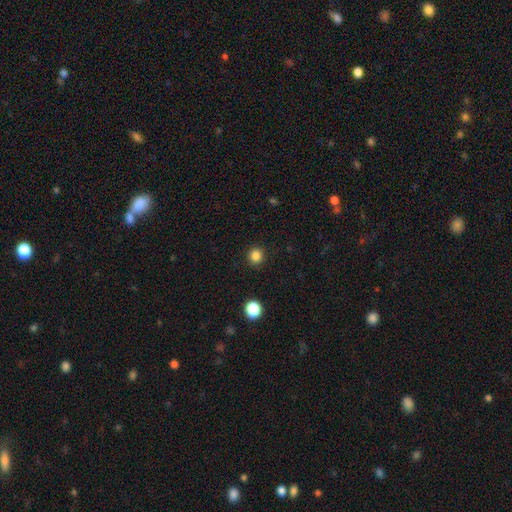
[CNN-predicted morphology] type=smooth (84%); roundness=round (93%); merging=none (92%).